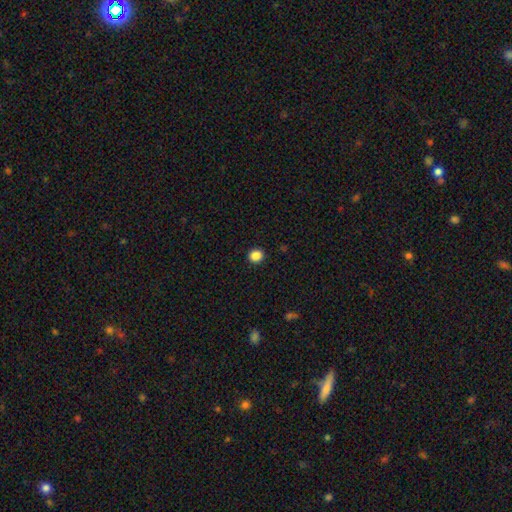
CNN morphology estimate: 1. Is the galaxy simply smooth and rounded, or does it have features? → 87% smooth, 11% star or artifact, 3% featured or disk.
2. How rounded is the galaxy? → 84% round, 15% in between, 1% cigar-shaped.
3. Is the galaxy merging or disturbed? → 92% none, 5% minor disturbance, 2% major disturbance, 1% merger.